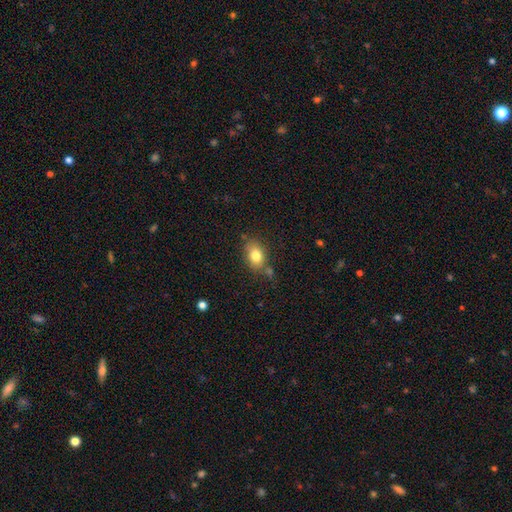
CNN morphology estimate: A smooth galaxy with no disk features (80%) that is in between round and cigar-shaped (74%).

Vote fractions:
- Smooth or featured? smooth: 80% / featured or disk: 11% / star or artifact: 9%
- How rounded? in between: 74% / round: 24% / cigar-shaped: 2%
- Merging? none: 71% / minor disturbance: 17% / merger: 8% / major disturbance: 4%